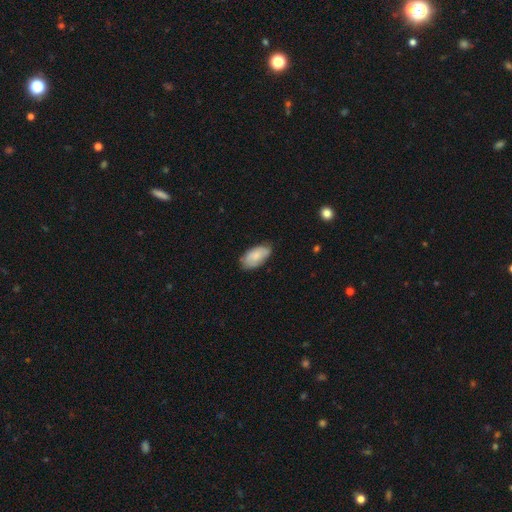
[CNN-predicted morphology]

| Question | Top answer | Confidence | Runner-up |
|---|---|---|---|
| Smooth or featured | smooth | 75% | featured or disk (19%) |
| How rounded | in between | 94% | cigar-shaped (3%) |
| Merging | none | 72% | minor disturbance (23%) |